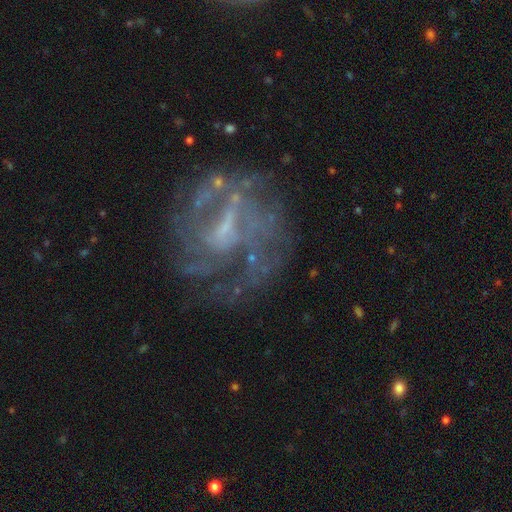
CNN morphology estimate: Smooth or featured? Predicted: featured or disk (p=0.76). Edge-on disk? Predicted: no (p=0.97). Bar? Predicted: weak (p=0.48). Spiral arms? Predicted: yes (p=0.71). Spiral winding? Predicted: tight (p=0.43). Spiral arm count? Predicted: can't tell (p=0.49). Bulge size? Predicted: small (p=0.41). Merging? Predicted: none (p=0.62).